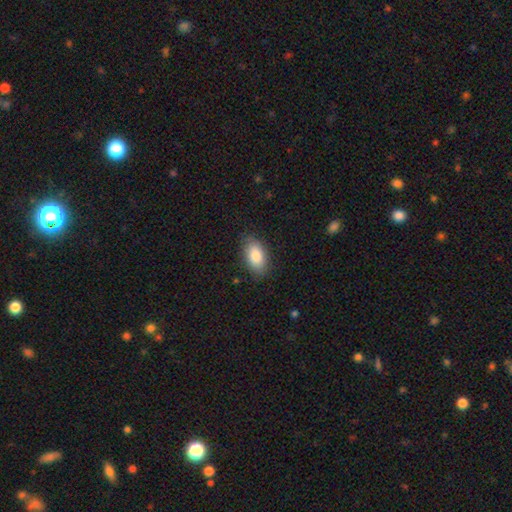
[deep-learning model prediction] This is clearly a smooth galaxy (85%). How rounded: clearly in between (93%). Merging: clearly none (84%).